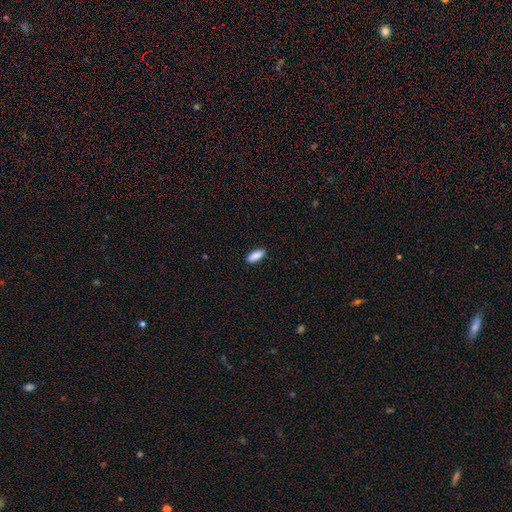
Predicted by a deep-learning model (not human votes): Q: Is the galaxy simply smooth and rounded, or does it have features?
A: smooth — 89%.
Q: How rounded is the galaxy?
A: in between — 73%.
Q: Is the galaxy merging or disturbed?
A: none — 90%.